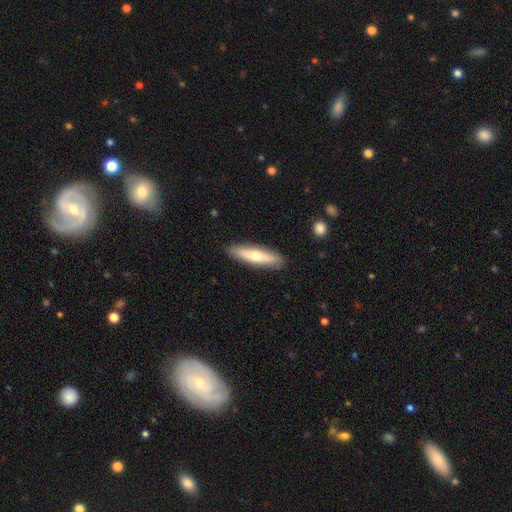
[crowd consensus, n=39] Overall: featured or disk (51%; smooth 46%). Edge-on disk: yes (75%). Edge-on bulge: rounded (53%; none 33%). Merging: none (84%).